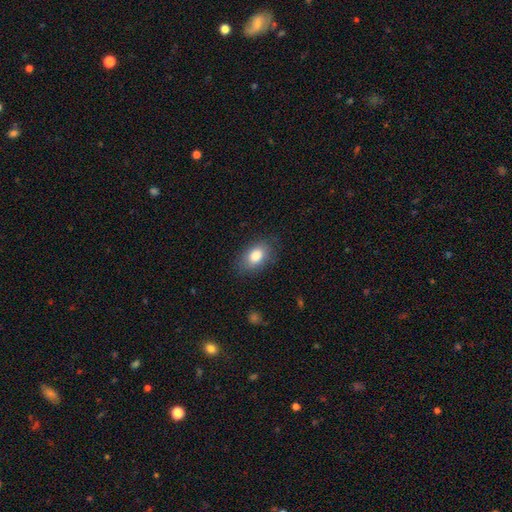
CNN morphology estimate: Smooth or featured? Predicted: smooth (p=0.84). How rounded? Predicted: in between (p=0.88). Merging? Predicted: none (p=0.80).